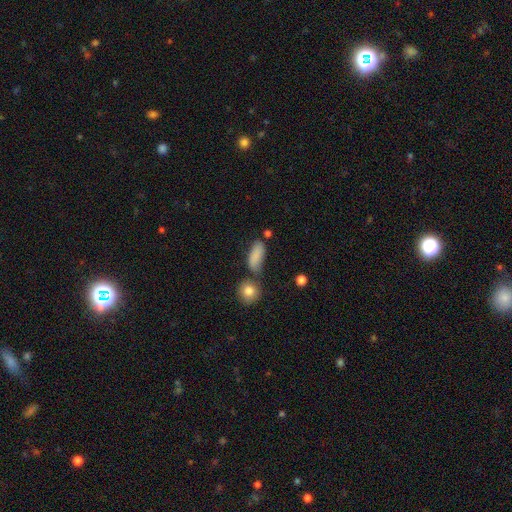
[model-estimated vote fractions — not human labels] Smooth or featured? smooth (85%)
How rounded? in between (78%)
Merging? none (64%)